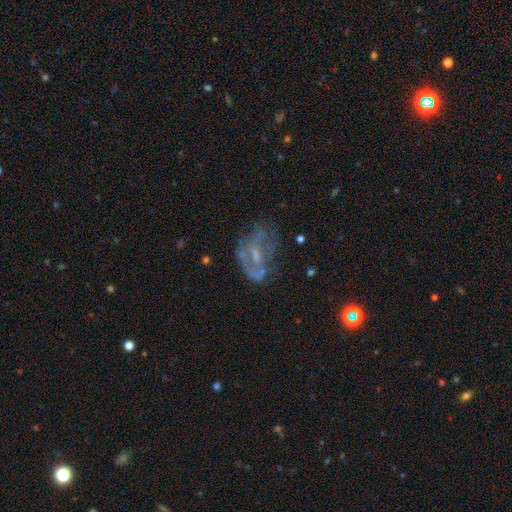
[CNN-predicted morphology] This appears to be a featured or disk galaxy (65%) with no bar (52%), no spiral arms (51%) and a small central bulge (45%). Merging: none (44%).